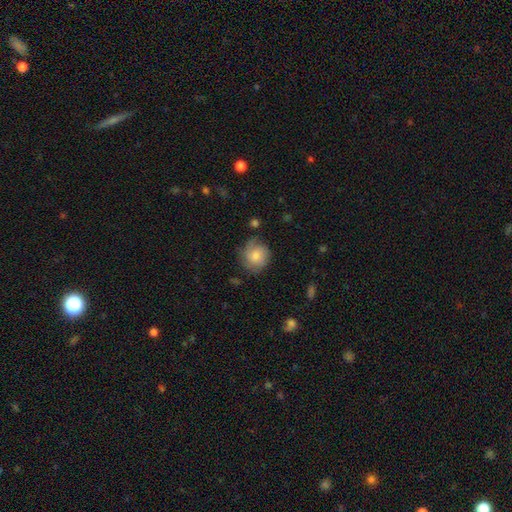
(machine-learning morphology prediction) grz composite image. It shows a smooth galaxy with no disk features (67%) that is round (82%). Merging: none (63%).